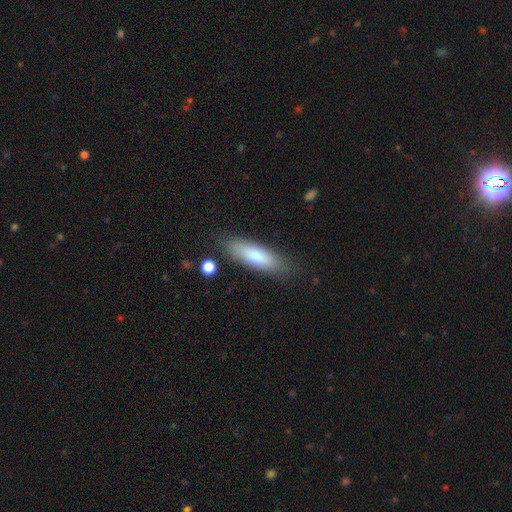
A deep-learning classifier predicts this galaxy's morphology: This is likely a smooth galaxy (78%). How rounded: possibly cigar-shaped (50%). Merging: clearly none (81%).